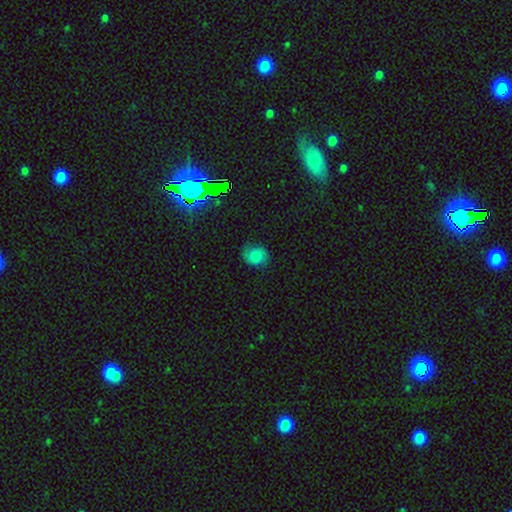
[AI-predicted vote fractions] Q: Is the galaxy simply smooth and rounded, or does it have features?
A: smooth — 70%.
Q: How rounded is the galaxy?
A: round — 73%.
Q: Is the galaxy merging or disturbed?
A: none — 71%.